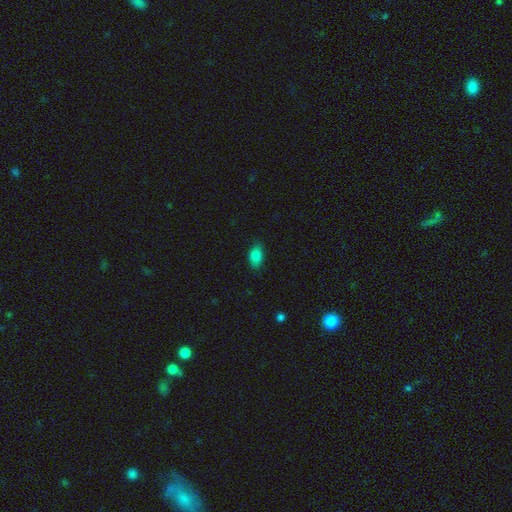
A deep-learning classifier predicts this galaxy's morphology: smooth-or-featured: smooth: 86% | star or artifact: 10% | featured or disk: 5%
  how-rounded: in between: 90% | round: 8% | cigar-shaped: 3%
  merging: none: 80% | minor disturbance: 16% | major disturbance: 3% | merger: 1%